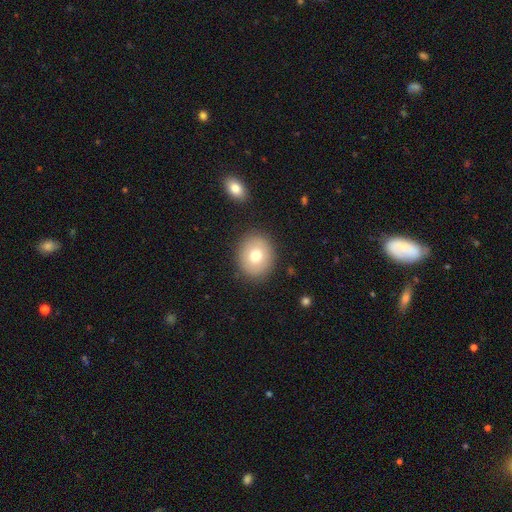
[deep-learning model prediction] Smooth or featured? Predicted: smooth (p=0.73). How rounded? Predicted: round (p=0.71). Merging? Predicted: none (p=0.87).